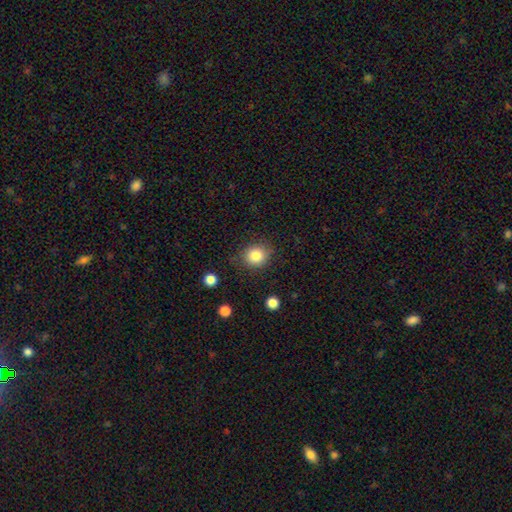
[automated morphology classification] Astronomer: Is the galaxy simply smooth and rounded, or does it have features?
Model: smooth — 84%.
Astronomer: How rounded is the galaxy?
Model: round — 79%.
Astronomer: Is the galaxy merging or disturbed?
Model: none — 83%.